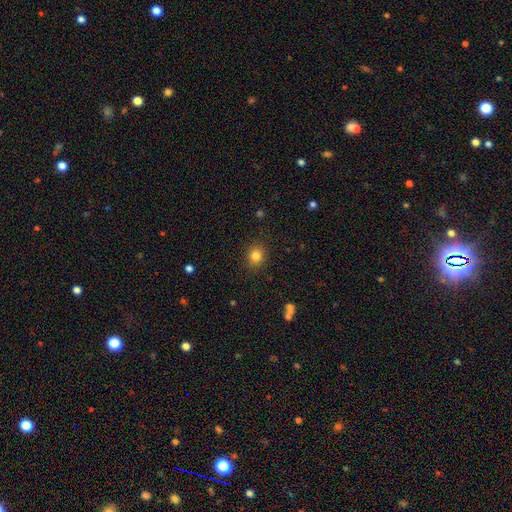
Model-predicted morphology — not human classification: A smooth galaxy with no disk features (83%) that is round (79%). Merging: none (89%).